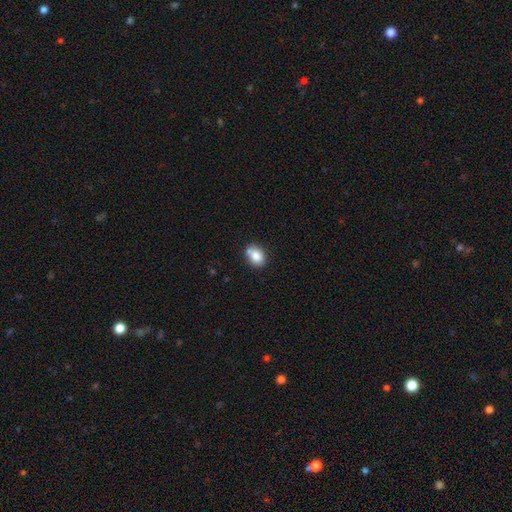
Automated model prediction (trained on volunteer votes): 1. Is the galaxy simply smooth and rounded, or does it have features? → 82% smooth, 9% featured or disk, 9% star or artifact.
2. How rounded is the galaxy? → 62% in between, 37% round, 1% cigar-shaped.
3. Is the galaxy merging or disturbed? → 65% none, 16% minor disturbance, 15% merger, 4% major disturbance.